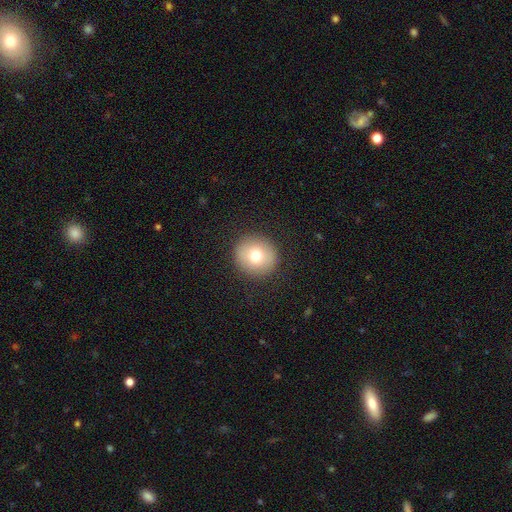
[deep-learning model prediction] Morphology: type=smooth (74%); roundness=round (93%); merging=none (91%).